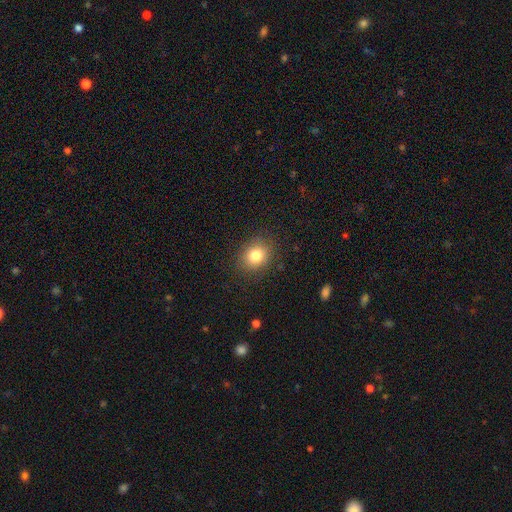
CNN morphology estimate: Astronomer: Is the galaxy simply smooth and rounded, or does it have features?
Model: smooth — 82%.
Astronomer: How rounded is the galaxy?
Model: round — 60% (runner-up: in between, 39%).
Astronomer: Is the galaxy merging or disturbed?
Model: none — 87%.